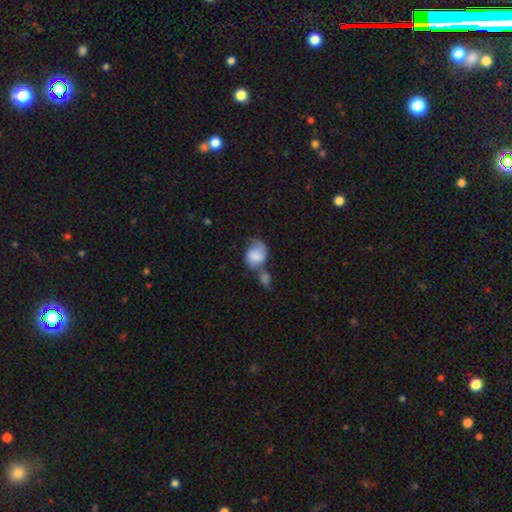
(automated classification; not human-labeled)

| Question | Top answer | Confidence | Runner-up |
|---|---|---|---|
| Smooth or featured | smooth | 69% | featured or disk (24%) |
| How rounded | in between | 50% | round (49%) |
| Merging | merger | 48% | none (22%) |